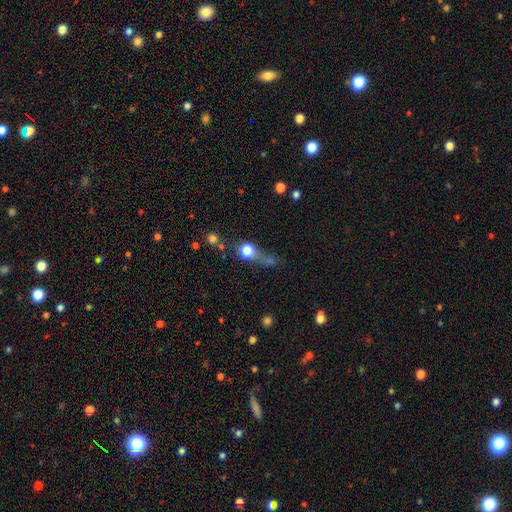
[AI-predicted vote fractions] smooth-or-featured: smooth: 49% | star or artifact: 30% | featured or disk: 20%
  merging: none: 43% | major disturbance: 21% | merger: 20% | minor disturbance: 16%